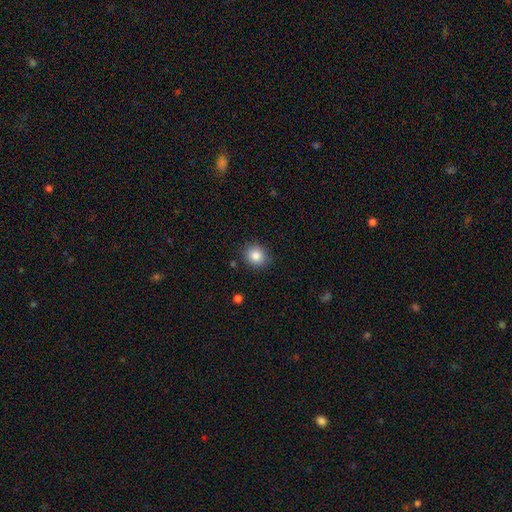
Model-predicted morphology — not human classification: Q: Smooth or featured?
A: smooth (85%); runner-up: star or artifact (9%)
Q: How rounded?
A: round (75%); runner-up: in between (24%)
Q: Merging?
A: none (87%); runner-up: minor disturbance (9%)